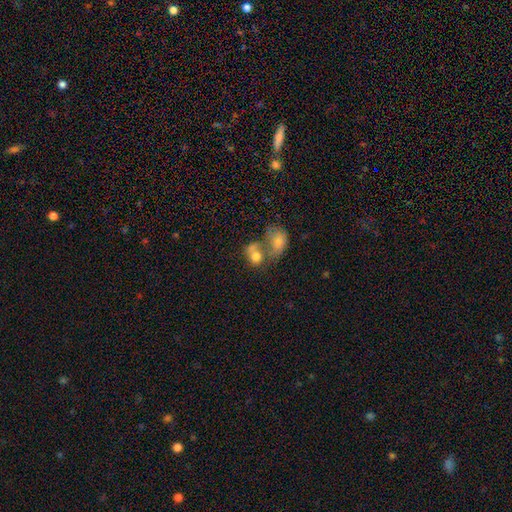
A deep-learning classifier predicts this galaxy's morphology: Smooth or featured?
  - smooth: 72% *
  - featured or disk: 18%
  - star or artifact: 10%
How rounded?
  - in between: 51% *
  - round: 48%
  - cigar-shaped: 1%
Merging?
  - merger: 67% *
  - none: 17%
  - major disturbance: 8%
  - minor disturbance: 7%